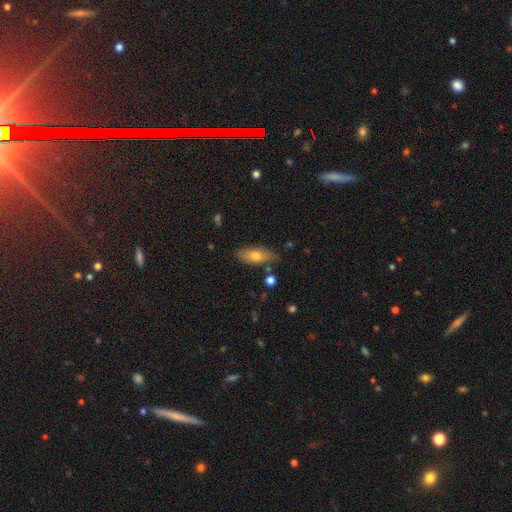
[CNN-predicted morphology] Overall: smooth (70%). How rounded: in between (77%). Merging: none (78%).